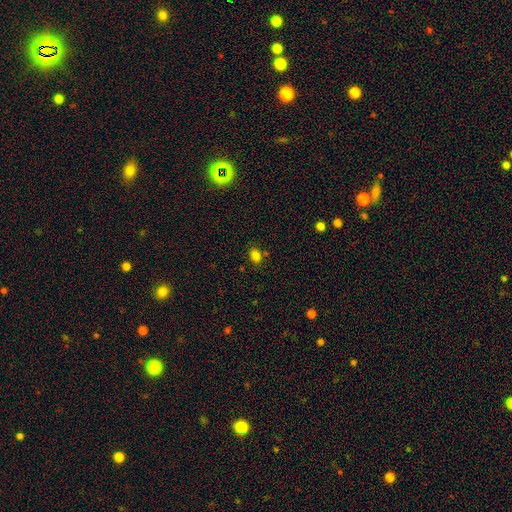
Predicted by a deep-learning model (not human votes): Smooth or featured?
  - smooth: 81% *
  - star or artifact: 14%
  - featured or disk: 5%
How rounded?
  - in between: 63% *
  - round: 36%
  - cigar-shaped: 1%
Merging?
  - none: 79% *
  - minor disturbance: 12%
  - merger: 6%
  - major disturbance: 3%